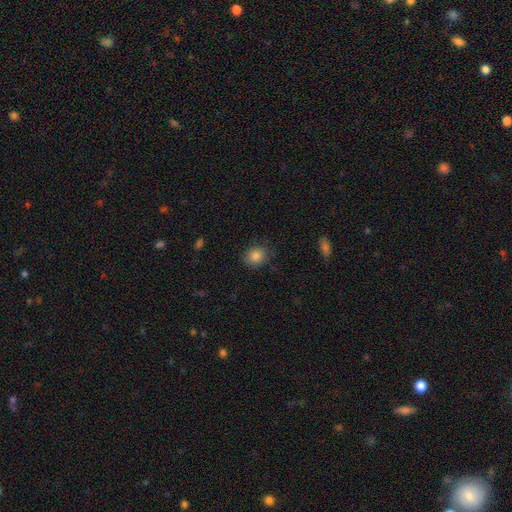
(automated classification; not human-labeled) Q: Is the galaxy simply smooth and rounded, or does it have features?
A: smooth — 86%.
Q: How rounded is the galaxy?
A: round — 69%.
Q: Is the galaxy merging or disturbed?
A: none — 80%.